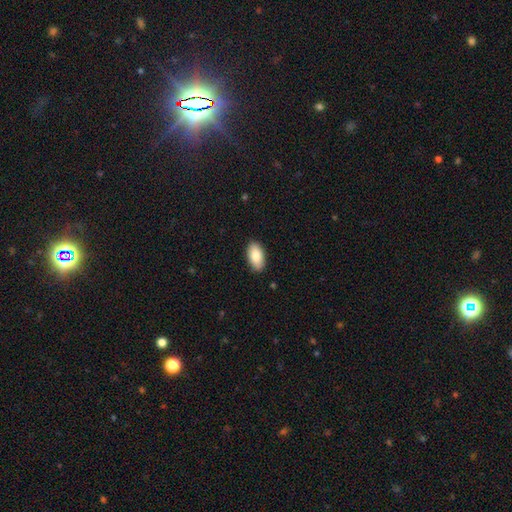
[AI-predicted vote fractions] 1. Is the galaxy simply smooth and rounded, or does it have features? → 84% smooth, 10% featured or disk, 6% star or artifact.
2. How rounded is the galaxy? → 94% in between, 3% cigar-shaped, 3% round.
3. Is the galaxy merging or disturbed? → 88% none, 9% minor disturbance, 2% major disturbance, 1% merger.